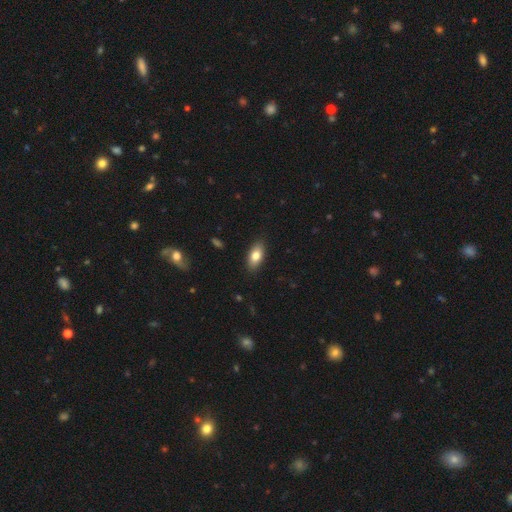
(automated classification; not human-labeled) Morphology: type=smooth (80%); roundness=in between (89%); merging=none (87%).